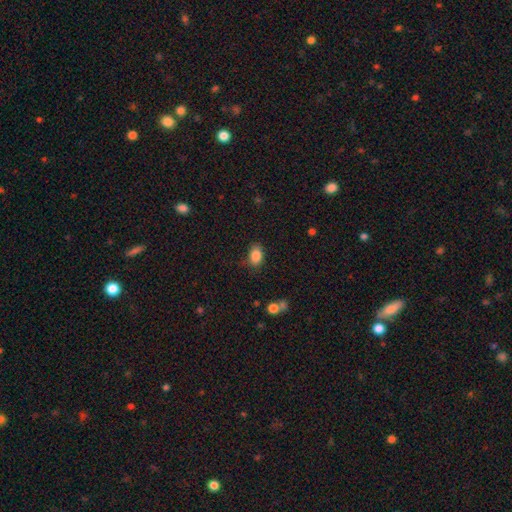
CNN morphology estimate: Overall: smooth (86%). How rounded: in between (80%). Merging: none (75%).